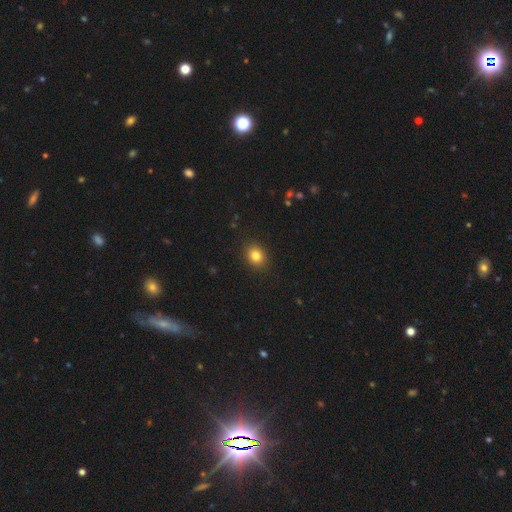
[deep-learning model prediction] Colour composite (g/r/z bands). It shows a smooth galaxy with no disk features (83%) that is round (57%). Merging: none (89%).